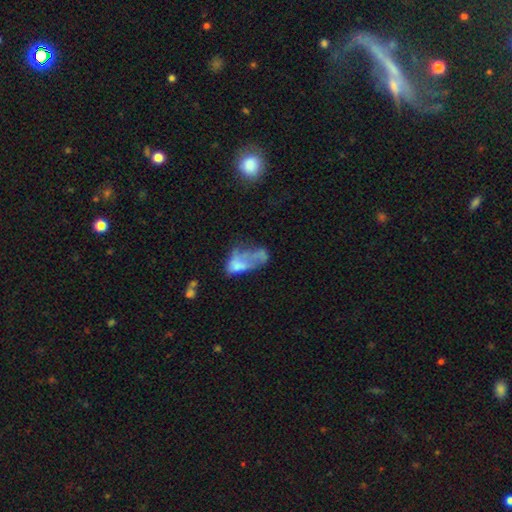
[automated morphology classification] This appears to be a featured or disk galaxy (44%). Merging: major disturbance (39%).